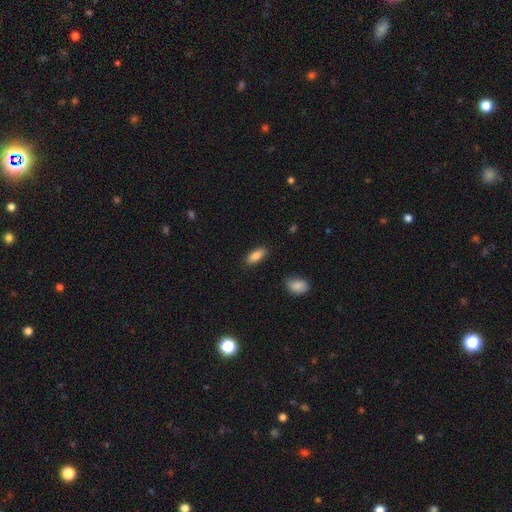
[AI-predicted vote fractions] This is clearly a smooth galaxy (86%). How rounded: clearly in between (85%). Merging: clearly none (86%).